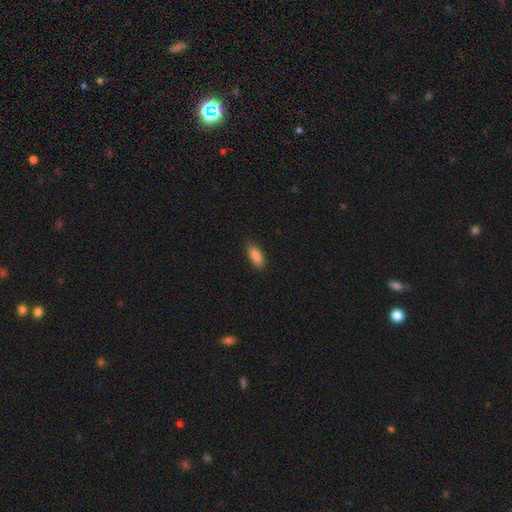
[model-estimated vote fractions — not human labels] Q: Smooth or featured?
A: smooth (88%); runner-up: star or artifact (7%)
Q: How rounded?
A: in between (76%); runner-up: cigar-shaped (22%)
Q: Merging?
A: none (86%); runner-up: minor disturbance (11%)